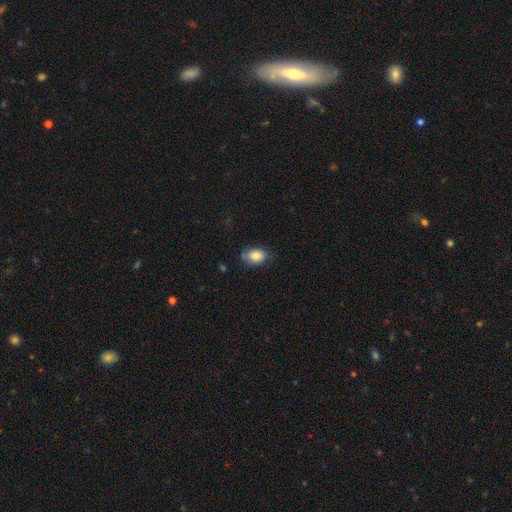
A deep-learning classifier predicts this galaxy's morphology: Overall: smooth (83%). How rounded: in between (73%). Merging: none (63%; minor disturbance 27%).